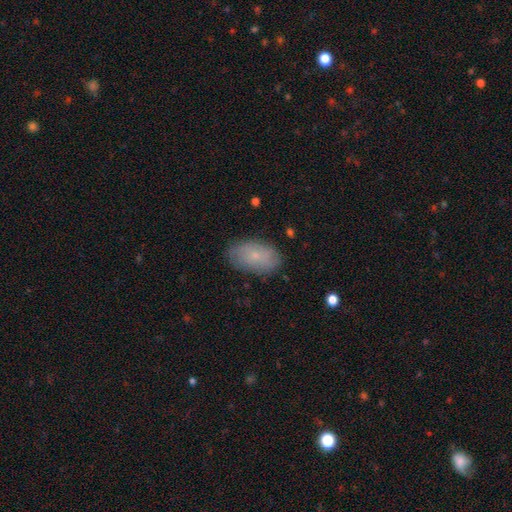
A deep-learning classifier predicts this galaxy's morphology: This appears to be a smooth galaxy with no disk features (73%) that is in between round and cigar-shaped (92%). Merging: none (82%).